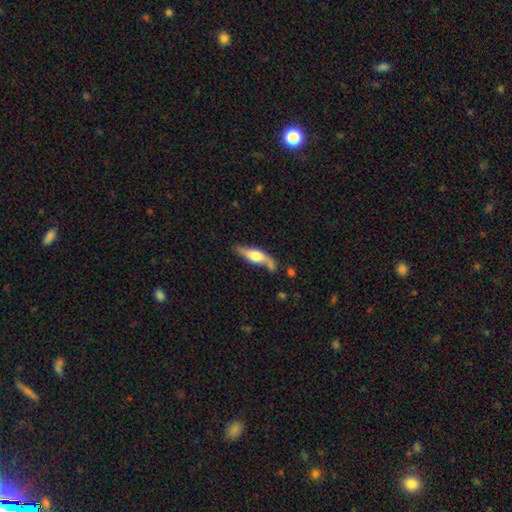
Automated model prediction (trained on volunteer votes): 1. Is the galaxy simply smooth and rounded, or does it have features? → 50% featured or disk, 45% smooth, 6% star or artifact.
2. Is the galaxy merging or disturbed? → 57% none, 26% minor disturbance, 9% major disturbance, 8% merger.